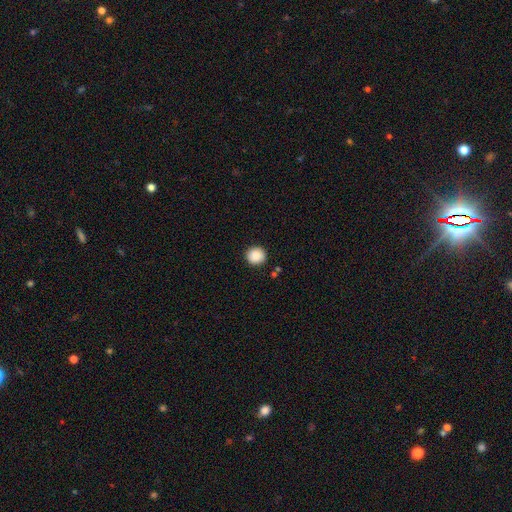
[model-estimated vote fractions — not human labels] This appears to be a smooth galaxy with no disk features (89%) that is round (92%). Merging: none (90%).